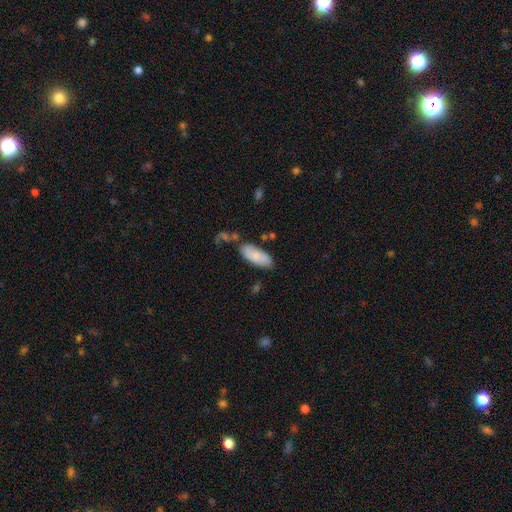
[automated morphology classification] This is likely a smooth galaxy (79%). How rounded: clearly in between (85%). Merging: likely none (67%).